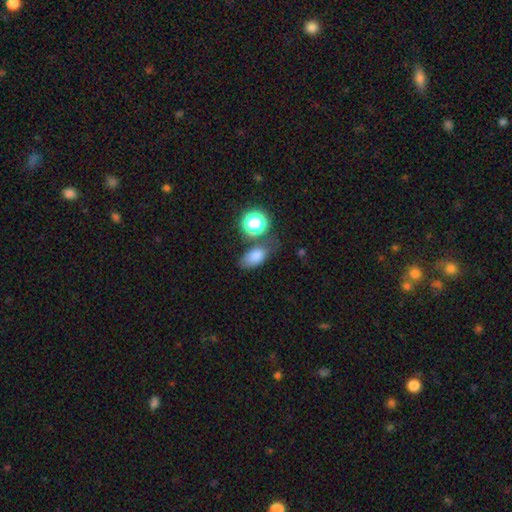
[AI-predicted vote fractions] The model was most divided on "merging": none: 60%, minor disturbance: 19%, merger: 13%, major disturbance: 8%. More confident: how rounded — in between (80%); smooth or featured — smooth (76%).